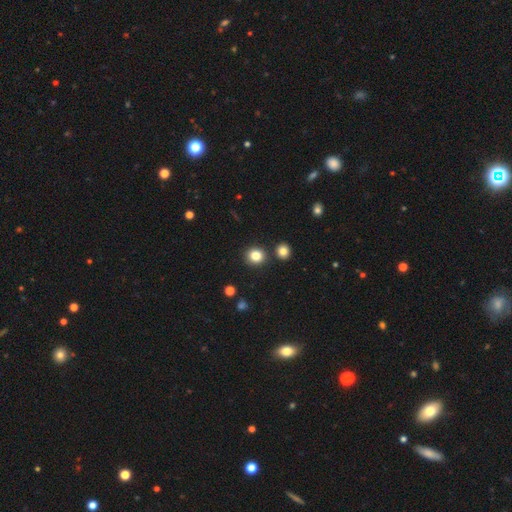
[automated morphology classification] smooth 83%, star or artifact 12%, featured or disk 6%. Down the decision tree: how rounded — round (85%); merging — none (86%).